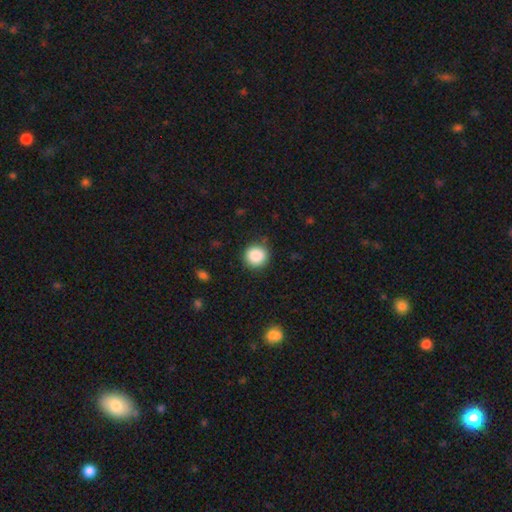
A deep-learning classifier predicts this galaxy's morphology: This appears to be a smooth galaxy with no disk features (87%) that is round (93%). Merging: none (88%).